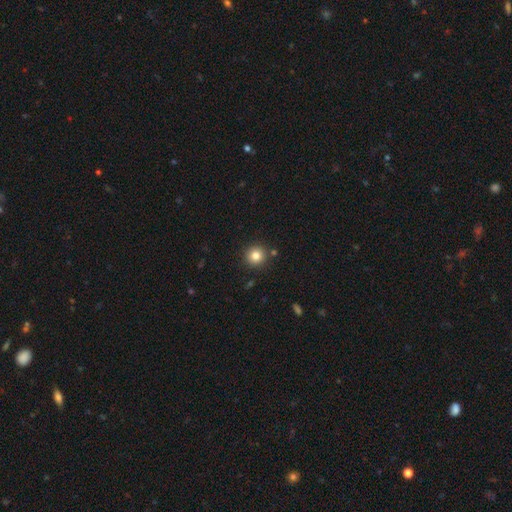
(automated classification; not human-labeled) smooth_or_featured: smooth (p=0.82) [alt: star or artifact p=0.11]
how_rounded: round (p=0.94) [alt: in between p=0.05]
merging: none (p=0.89) [alt: minor disturbance p=0.06]